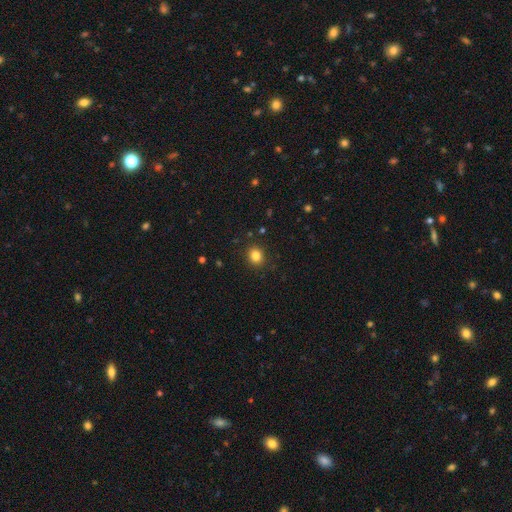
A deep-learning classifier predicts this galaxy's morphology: smooth 83%, star or artifact 12%, featured or disk 5%. Down the decision tree: how rounded — round (72%); merging — none (90%).